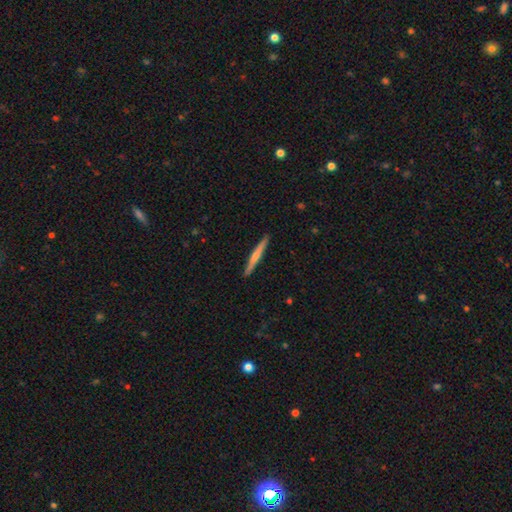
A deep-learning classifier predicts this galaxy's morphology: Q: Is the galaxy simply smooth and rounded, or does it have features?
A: featured or disk — 50%.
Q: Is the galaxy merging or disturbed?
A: none — 91%.